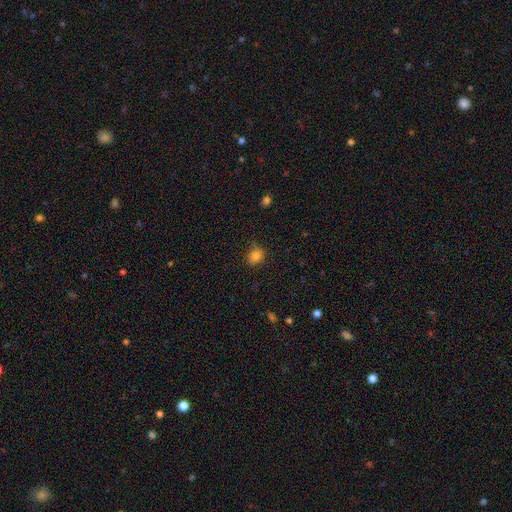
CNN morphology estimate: Q: Smooth or featured?
A: smooth (83%); runner-up: star or artifact (12%)
Q: How rounded?
A: round (57%); runner-up: in between (42%)
Q: Merging?
A: none (77%); runner-up: minor disturbance (18%)